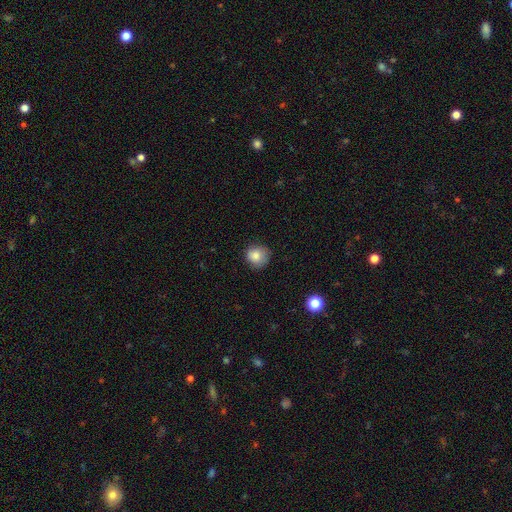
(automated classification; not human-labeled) Q: Smooth or featured?
A: smooth (84%); runner-up: star or artifact (10%)
Q: How rounded?
A: round (88%); runner-up: in between (11%)
Q: Merging?
A: none (78%); runner-up: minor disturbance (17%)